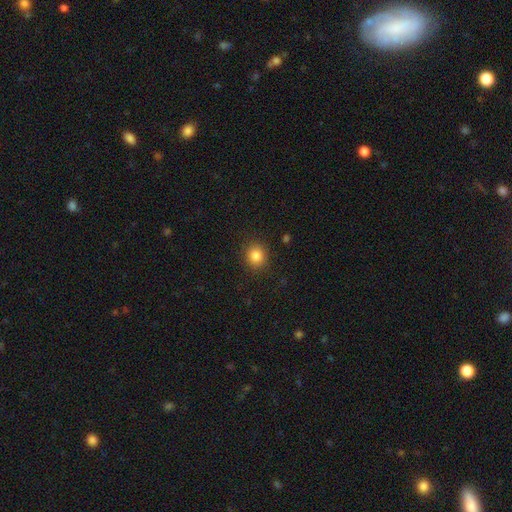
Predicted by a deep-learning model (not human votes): Q: Smooth or featured?
A: smooth (84%); runner-up: star or artifact (11%)
Q: How rounded?
A: round (84%); runner-up: in between (15%)
Q: Merging?
A: none (89%); runner-up: minor disturbance (7%)